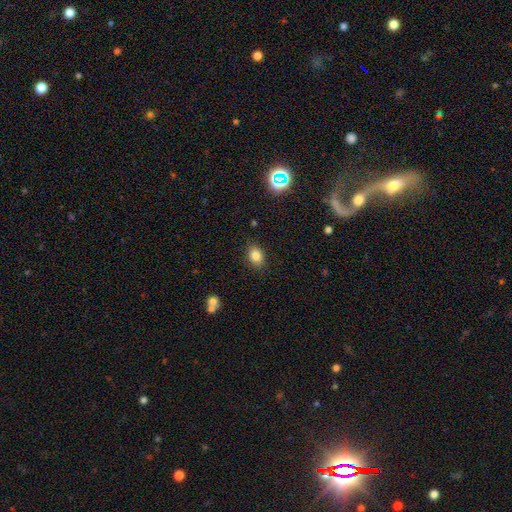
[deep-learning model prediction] Morphology: type=smooth (83%); roundness=in between (72%); merging=none (85%).